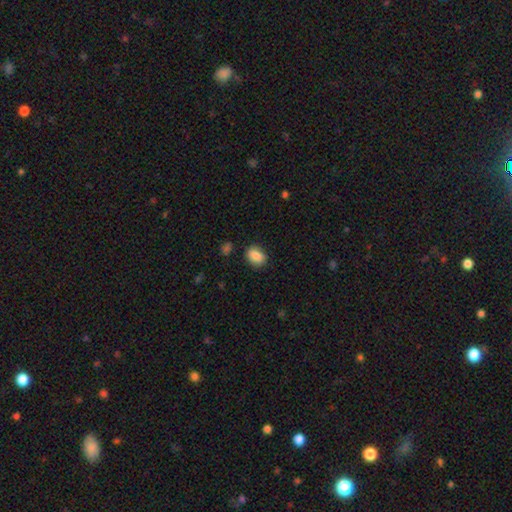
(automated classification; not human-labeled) Smooth or featured?
  - smooth: 87% *
  - star or artifact: 8%
  - featured or disk: 5%
How rounded?
  - in between: 72% *
  - round: 27%
  - cigar-shaped: 1%
Merging?
  - none: 85% *
  - minor disturbance: 11%
  - major disturbance: 3%
  - merger: 2%